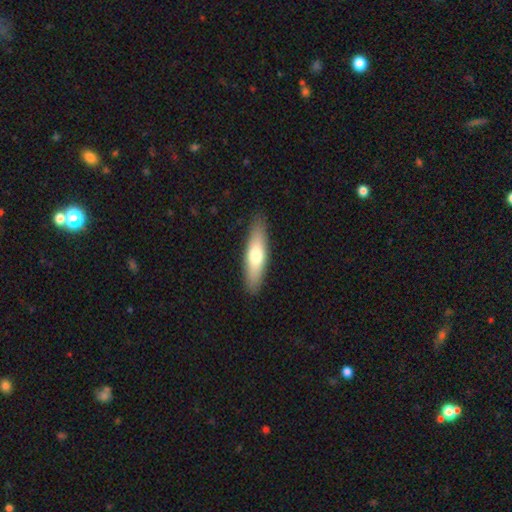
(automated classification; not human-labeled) A smooth galaxy with no disk features (66%) that is cigar-shaped (65%).

Vote fractions:
- Smooth or featured? smooth: 66% / featured or disk: 28% / star or artifact: 5%
- How rounded? cigar-shaped: 65% / in between: 33% / round: 2%
- Merging? none: 88% / minor disturbance: 9% / major disturbance: 2% / merger: 1%